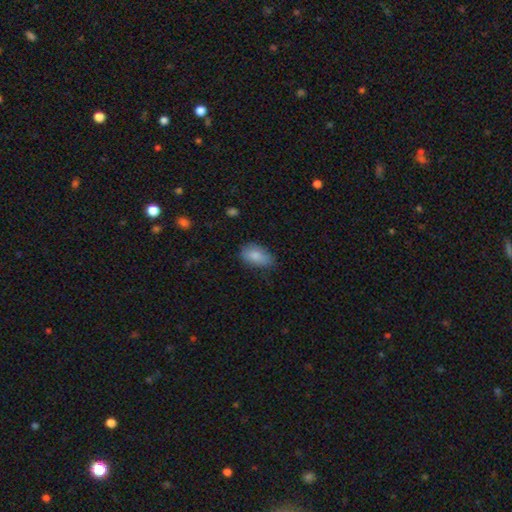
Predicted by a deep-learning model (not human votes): This is clearly a smooth galaxy (84%). How rounded: clearly in between (92%). Merging: likely none (62%).